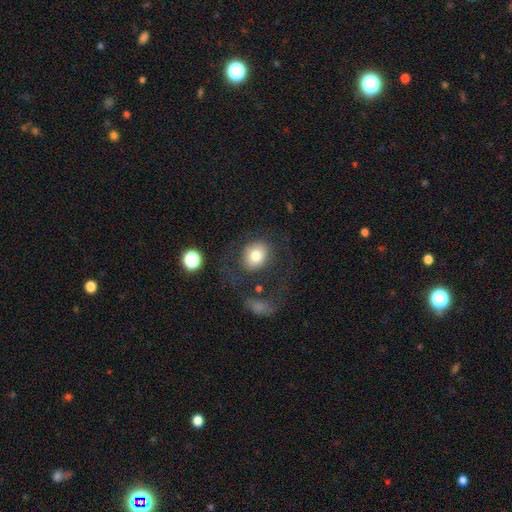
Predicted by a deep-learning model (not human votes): A smooth galaxy with no disk features (76%) that is round (56%). Merging: none (65%).